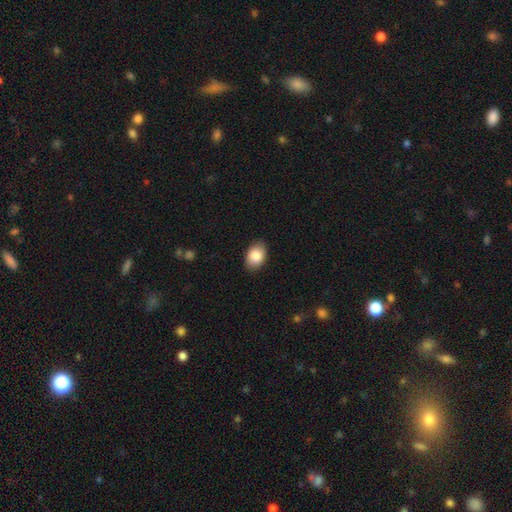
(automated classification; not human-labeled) smooth_or_featured: smooth (p=0.87) [alt: star or artifact p=0.07]
how_rounded: in between (p=0.83) [alt: round p=0.16]
merging: none (p=0.87) [alt: minor disturbance p=0.10]